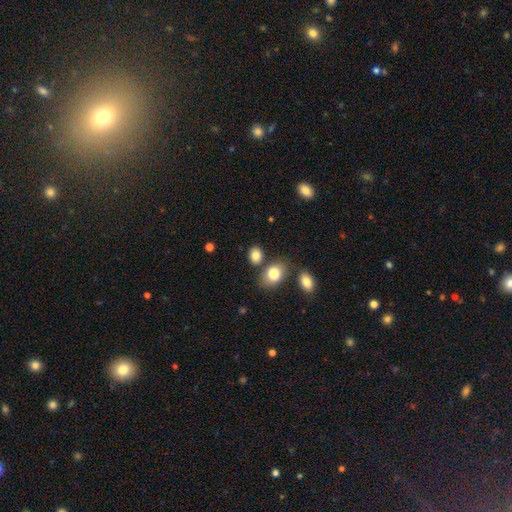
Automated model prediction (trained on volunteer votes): This appears to be a smooth galaxy with no disk features (84%) that is in between round and cigar-shaped (60%). Merging: none (71%).